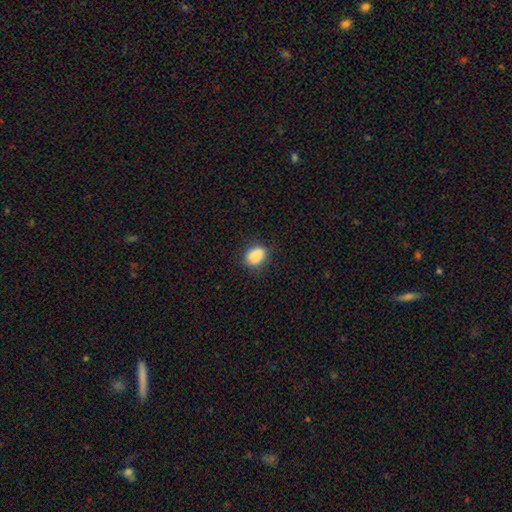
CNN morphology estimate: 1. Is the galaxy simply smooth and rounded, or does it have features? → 87% smooth, 9% star or artifact, 4% featured or disk.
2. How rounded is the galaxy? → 68% in between, 31% round, 2% cigar-shaped.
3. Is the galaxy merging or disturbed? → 78% none, 17% minor disturbance, 4% major disturbance, 1% merger.